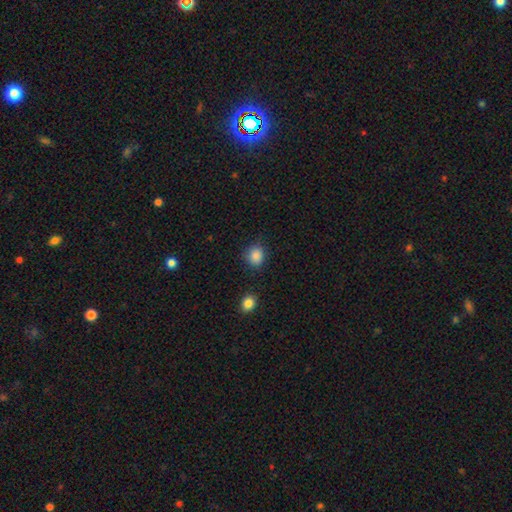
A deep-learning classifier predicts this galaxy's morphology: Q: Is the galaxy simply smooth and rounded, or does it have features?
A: smooth — 86%.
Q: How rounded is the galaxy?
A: round — 79%.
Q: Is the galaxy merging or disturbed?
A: none — 82%.